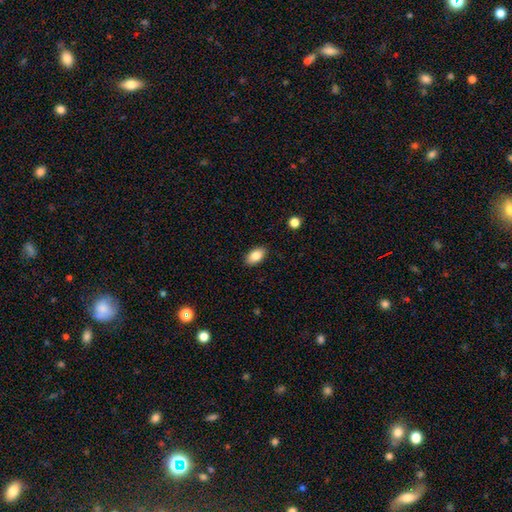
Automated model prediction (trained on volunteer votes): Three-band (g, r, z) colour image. It shows a smooth galaxy with no disk features (84%) that is in between round and cigar-shaped (93%). Merging: none (88%).